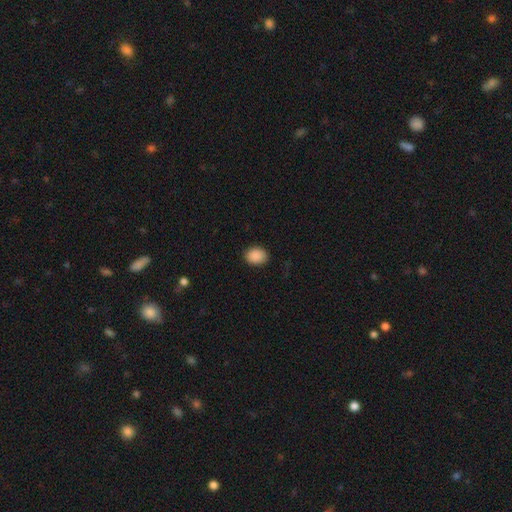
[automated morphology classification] A smooth galaxy with no disk features (89%) that is in between round and cigar-shaped (58%).

Vote fractions:
- Smooth or featured? smooth: 89% / star or artifact: 8% / featured or disk: 3%
- How rounded? in between: 58% / round: 41% / cigar-shaped: 1%
- Merging? none: 88% / minor disturbance: 9% / major disturbance: 2% / merger: 1%